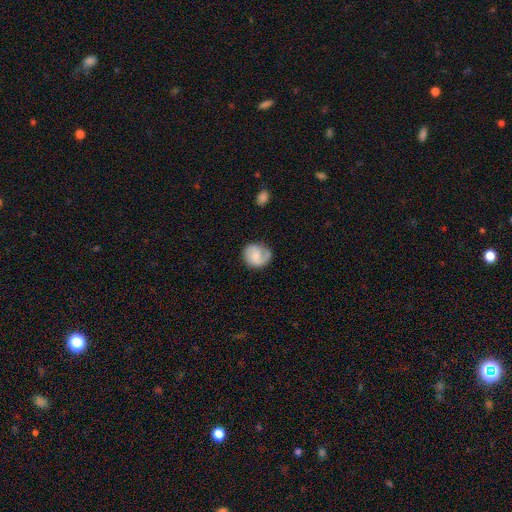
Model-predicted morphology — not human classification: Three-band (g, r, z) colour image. It shows a smooth galaxy with no disk features (49%). Merging: none (66%).